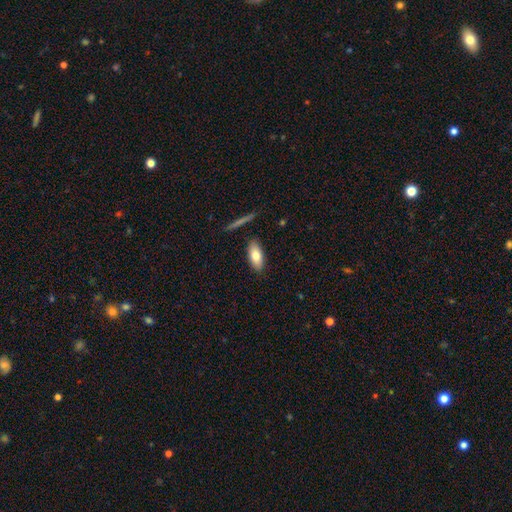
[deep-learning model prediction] Smooth or featured: smooth — 78% (featured or disk — 15%)
How rounded: in between — 84% (cigar-shaped — 13%)
Merging: none — 87% (minor disturbance — 9%)